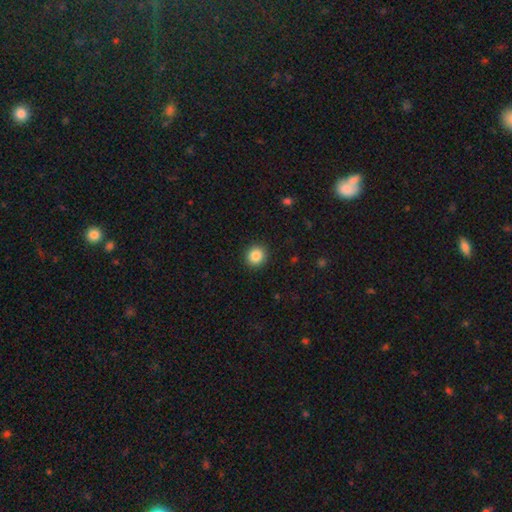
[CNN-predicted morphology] Q: Smooth or featured?
A: smooth (86%); runner-up: star or artifact (10%)
Q: How rounded?
A: round (88%); runner-up: in between (11%)
Q: Merging?
A: none (92%); runner-up: minor disturbance (5%)